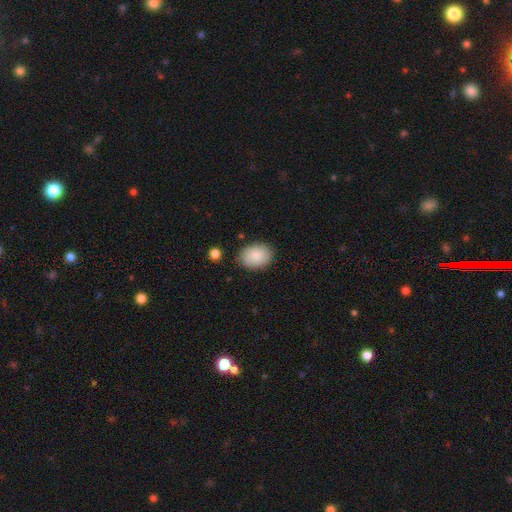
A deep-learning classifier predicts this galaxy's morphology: Overall: smooth (84%). How rounded: in between (77%). Merging: none (83%).